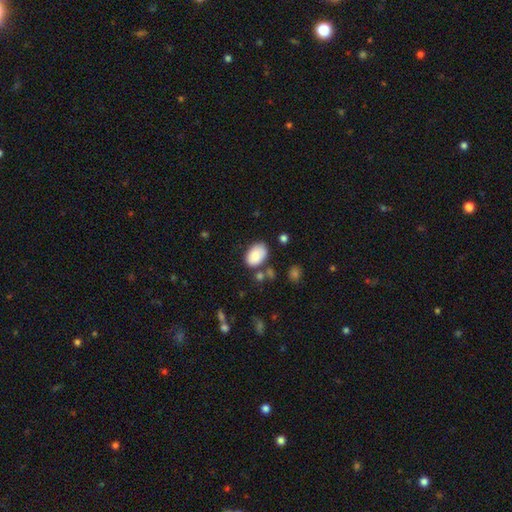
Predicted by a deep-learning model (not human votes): A smooth galaxy with no disk features (85%) that is in between round and cigar-shaped (89%). Merging: none (69%).